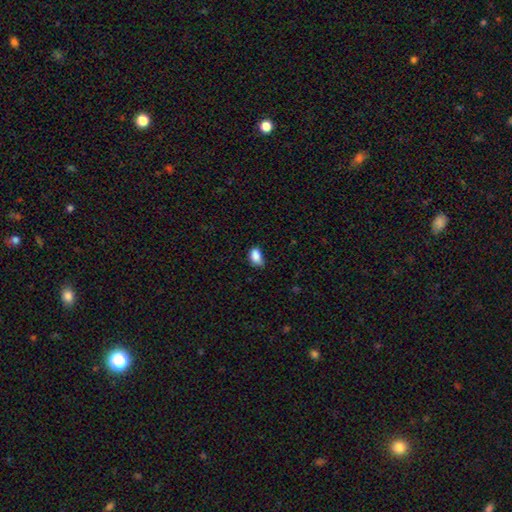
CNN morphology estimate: type=smooth (85%); roundness=in between (86%); merging=none (44%).